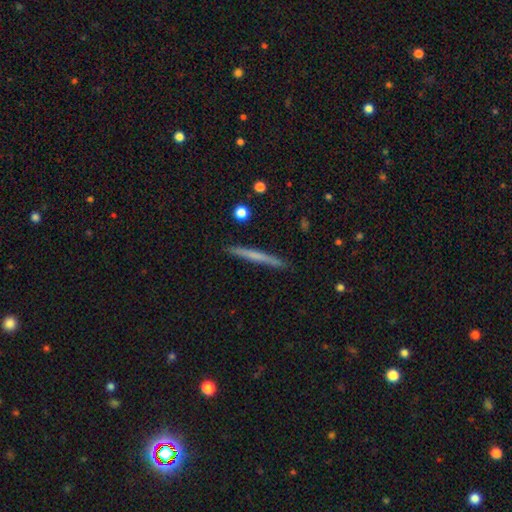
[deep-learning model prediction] This appears to be a smooth galaxy with no disk features (51%) that is cigar-shaped (96%). Merging: none (90%).